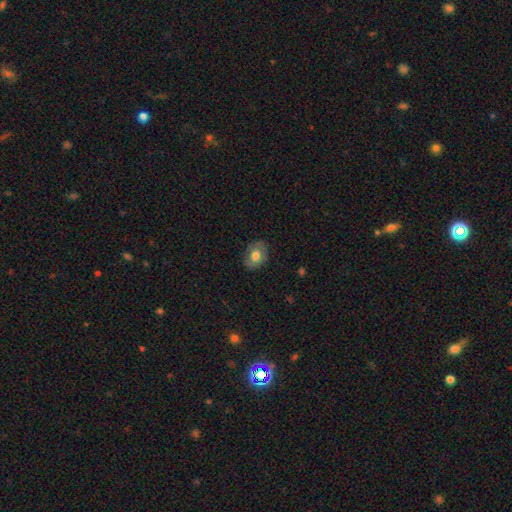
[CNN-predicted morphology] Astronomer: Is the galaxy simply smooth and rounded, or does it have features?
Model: smooth — 65%.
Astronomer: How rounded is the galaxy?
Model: in between — 69%.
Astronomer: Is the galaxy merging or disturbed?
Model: none — 79%.